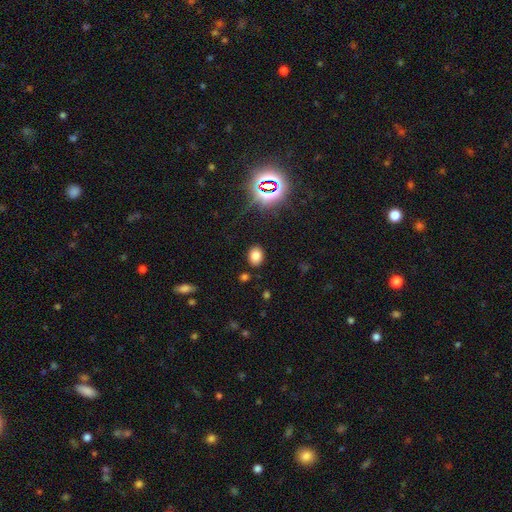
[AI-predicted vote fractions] Smooth or featured? smooth (76%)
How rounded? in between (58%)
Merging? none (86%)